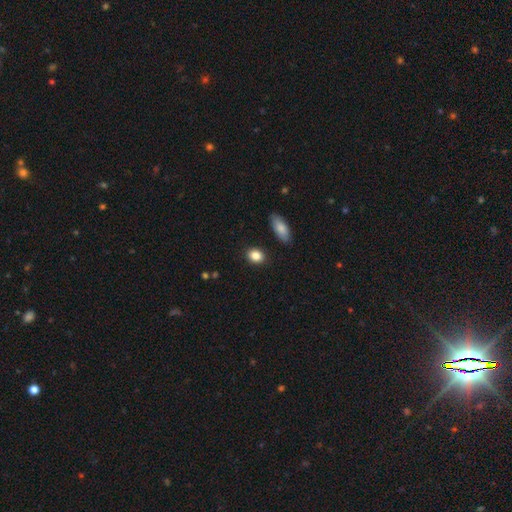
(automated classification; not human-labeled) Smooth or featured?
  - smooth: 86% *
  - star or artifact: 9%
  - featured or disk: 5%
How rounded?
  - in between: 55% *
  - round: 44%
  - cigar-shaped: 2%
Merging?
  - none: 87% *
  - minor disturbance: 8%
  - major disturbance: 2%
  - merger: 2%